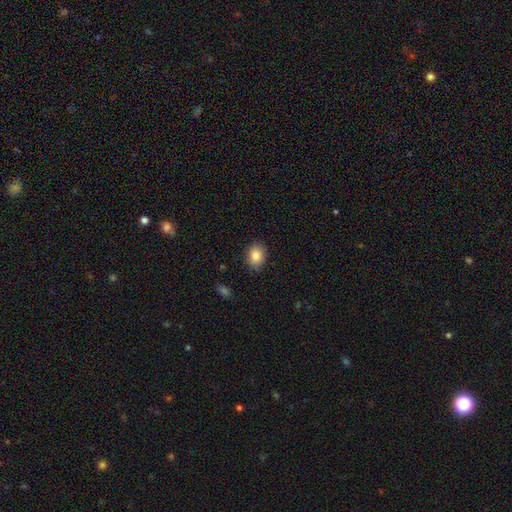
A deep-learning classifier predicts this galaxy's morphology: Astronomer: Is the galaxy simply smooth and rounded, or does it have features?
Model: smooth — 85%.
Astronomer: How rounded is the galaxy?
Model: in between — 55% (runner-up: round, 44%).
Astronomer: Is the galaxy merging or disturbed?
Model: none — 86%.